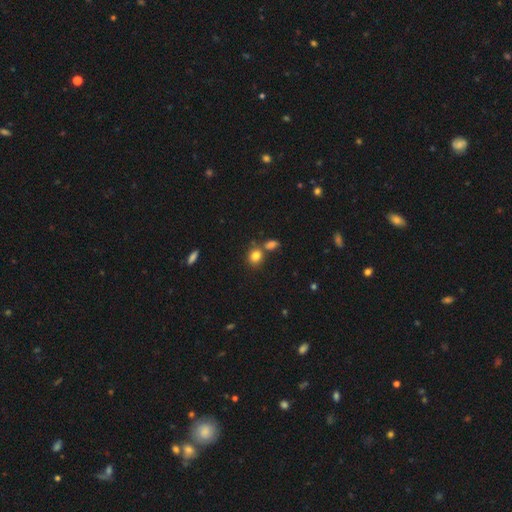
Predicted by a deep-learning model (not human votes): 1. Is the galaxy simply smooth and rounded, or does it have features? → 82% smooth, 11% star or artifact, 7% featured or disk.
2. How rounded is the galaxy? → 69% round, 29% in between, 1% cigar-shaped.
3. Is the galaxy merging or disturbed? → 60% none, 26% merger, 11% minor disturbance, 3% major disturbance.